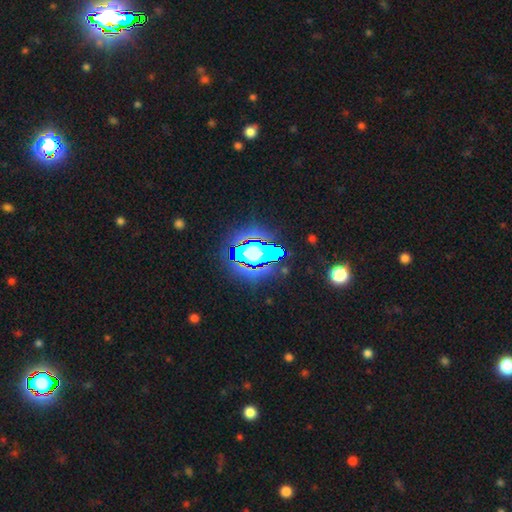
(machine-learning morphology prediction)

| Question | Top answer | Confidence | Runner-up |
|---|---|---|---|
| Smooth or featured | star or artifact | 83% | smooth (9%) |